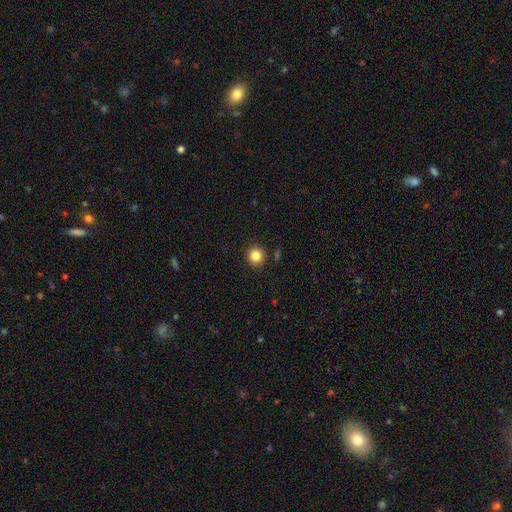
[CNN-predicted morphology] Q: Smooth or featured?
A: smooth (84%); runner-up: star or artifact (11%)
Q: How rounded?
A: round (92%); runner-up: in between (7%)
Q: Merging?
A: none (90%); runner-up: minor disturbance (6%)